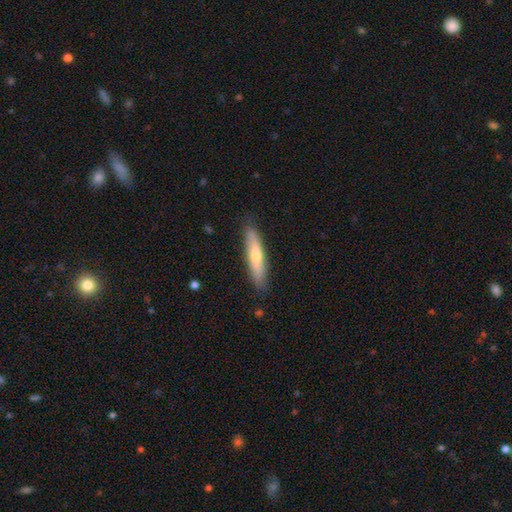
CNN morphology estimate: smooth_or_featured: smooth (p=0.51) [alt: featured or disk p=0.42]
how_rounded: cigar-shaped (p=0.84) [alt: in between p=0.14]
merging: none (p=0.87) [alt: minor disturbance p=0.10]